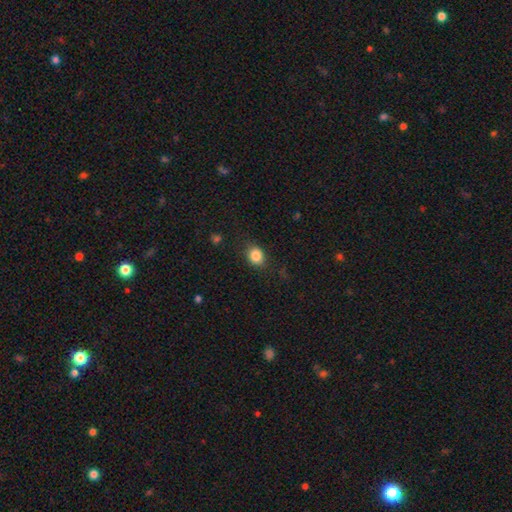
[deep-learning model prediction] Q: Smooth or featured?
A: smooth (84%); runner-up: star or artifact (10%)
Q: How rounded?
A: round (56%); runner-up: in between (43%)
Q: Merging?
A: none (81%); runner-up: minor disturbance (13%)